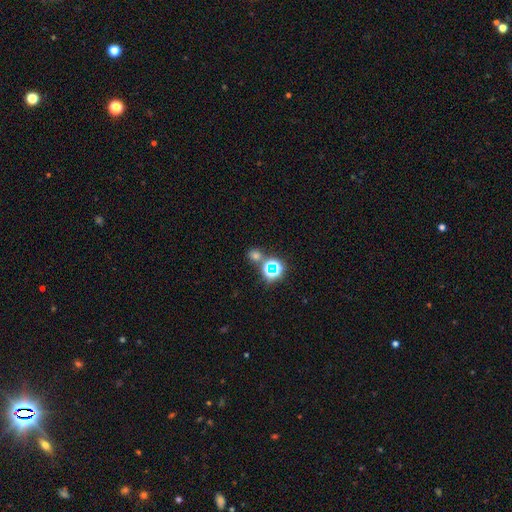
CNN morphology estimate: Overall: smooth (51%; star or artifact 41%). How rounded: round (78%). Merging: none (69%).